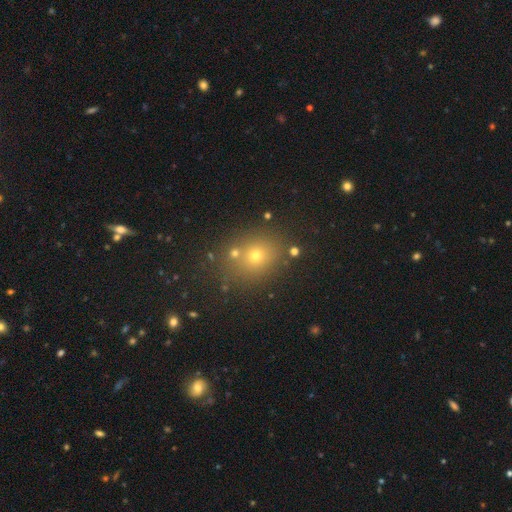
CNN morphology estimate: Smooth or featured: smooth — 65% (star or artifact — 23%)
How rounded: round — 65% (in between — 34%)
Merging: none — 77% (minor disturbance — 10%)